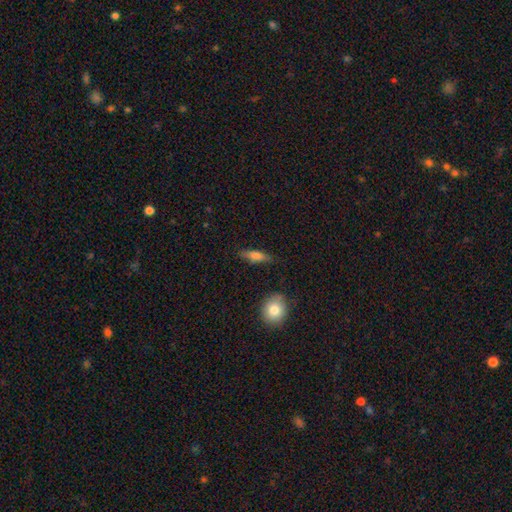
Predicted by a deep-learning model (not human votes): Smooth or featured?
  - smooth: 66% *
  - featured or disk: 27%
  - star or artifact: 7%
How rounded?
  - cigar-shaped: 57% *
  - in between: 39%
  - round: 4%
Merging?
  - none: 84% *
  - minor disturbance: 12%
  - major disturbance: 3%
  - merger: 2%